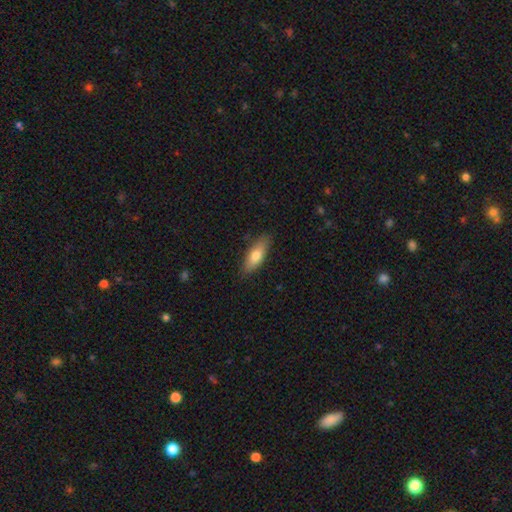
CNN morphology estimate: The model was most divided on "how rounded": in between: 66%, cigar-shaped: 32%, round: 3%. More confident: merging — none (83%); smooth or featured — smooth (73%).